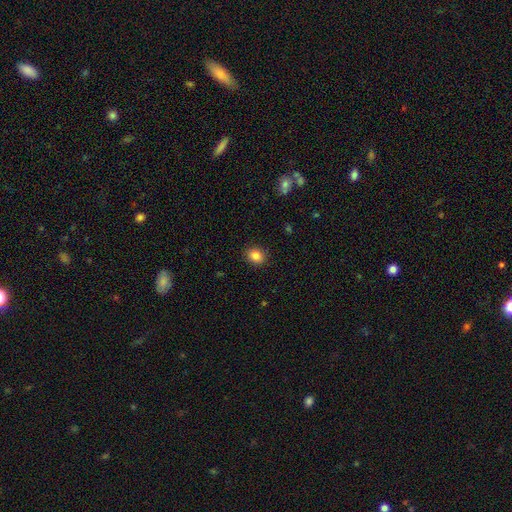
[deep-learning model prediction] Smooth or featured?
  - smooth: 86% *
  - star or artifact: 10%
  - featured or disk: 5%
How rounded?
  - round: 58% *
  - in between: 41%
  - cigar-shaped: 1%
Merging?
  - none: 90% *
  - minor disturbance: 7%
  - major disturbance: 2%
  - merger: 1%